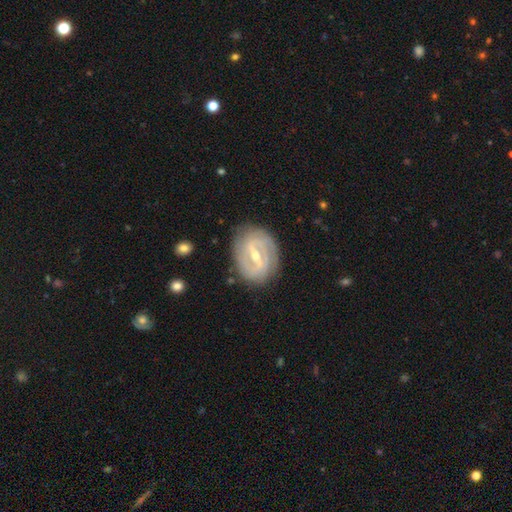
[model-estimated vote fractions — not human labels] This appears to be a featured or disk galaxy (84%) with a strong bar (58%), 2 (70%) tight (55%) spiral arms (88%) and a small central bulge (51%). Merging: none (81%).